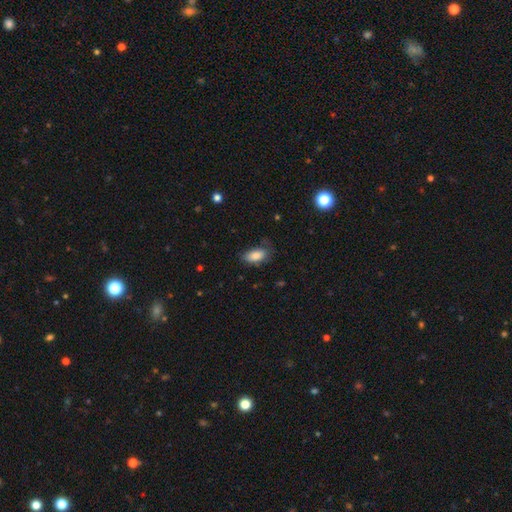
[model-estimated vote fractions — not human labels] A smooth galaxy with no disk features (86%) that is in between round and cigar-shaped (91%).

Vote fractions:
- Smooth or featured? smooth: 86% / star or artifact: 7% / featured or disk: 7%
- How rounded? in between: 91% / cigar-shaped: 5% / round: 4%
- Merging? none: 72% / minor disturbance: 22% / major disturbance: 5% / merger: 1%